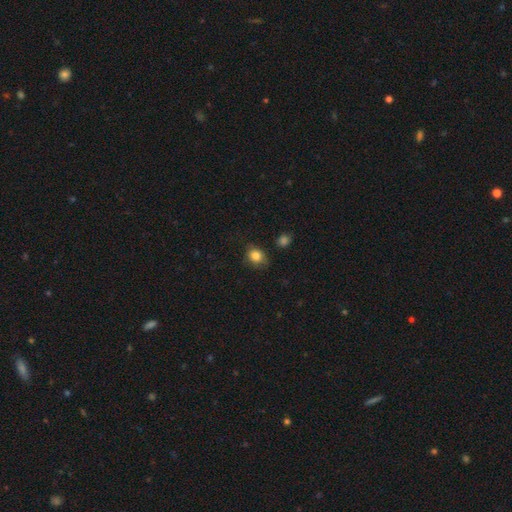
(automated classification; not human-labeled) Q: Smooth or featured?
A: smooth (83%); runner-up: star or artifact (10%)
Q: How rounded?
A: round (65%); runner-up: in between (34%)
Q: Merging?
A: none (72%); runner-up: minor disturbance (21%)